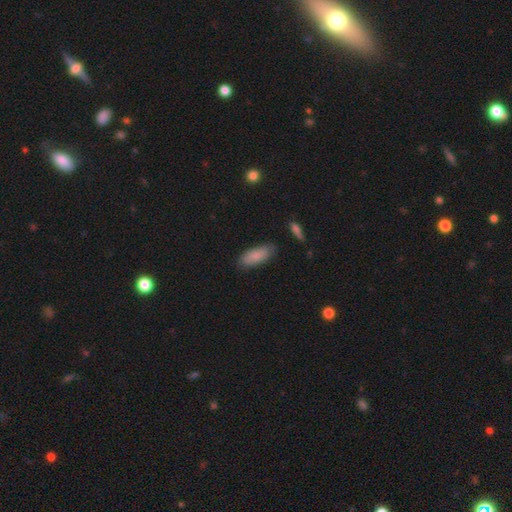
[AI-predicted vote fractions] The model was most divided on "how rounded": in between: 78%, cigar-shaped: 20%, round: 2%. More confident: smooth or featured — smooth (84%); merging — none (79%).